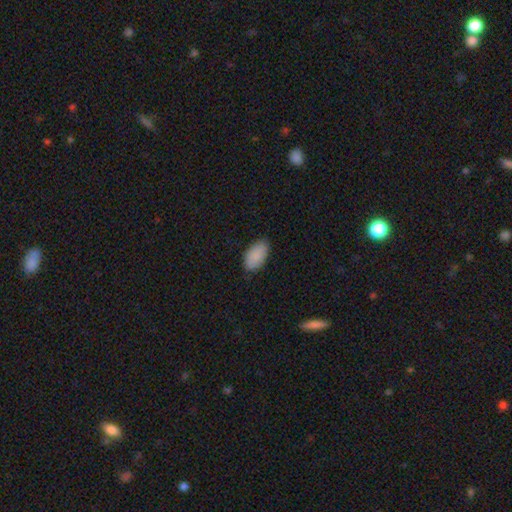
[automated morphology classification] Smooth or featured? Predicted: smooth (p=0.90). How rounded? Predicted: in between (p=0.95). Merging? Predicted: none (p=0.82).